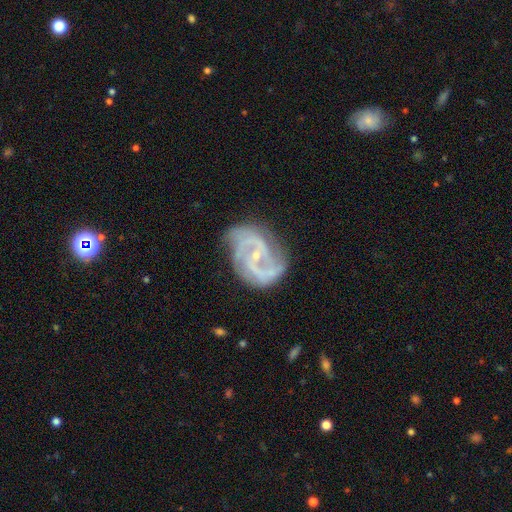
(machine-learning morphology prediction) smooth_or_featured: featured or disk (p=0.88) [alt: star or artifact p=0.06]
disk_edge_on: no (p=0.98) [alt: yes p=0.02]
bar: weak (p=0.43) [alt: no p=0.39]
has_spiral_arms: yes (p=0.97) [alt: no p=0.03]
spiral_winding: medium (p=0.51) [alt: tight p=0.33]
spiral_arm_count: 2 (p=0.62) [alt: 3 p=0.18]
bulge_size: small (p=0.75) [alt: moderate p=0.19]
merging: none (p=0.68) [alt: minor disturbance p=0.21]